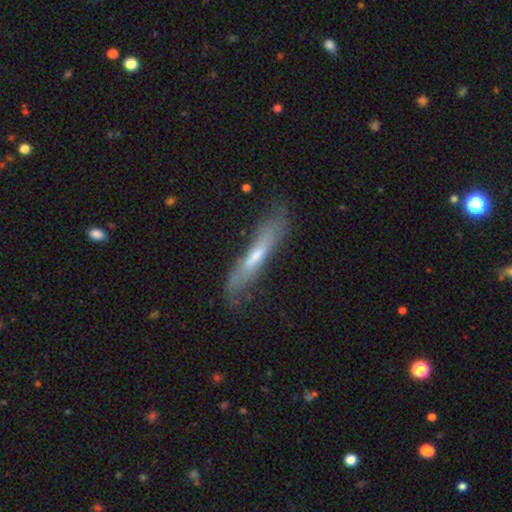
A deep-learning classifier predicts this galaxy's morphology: smooth-or-featured: featured or disk: 47% (tied) | smooth: 47% (tied) | star or artifact: 6%
  merging: none: 62% | minor disturbance: 24% | major disturbance: 10% | merger: 3%